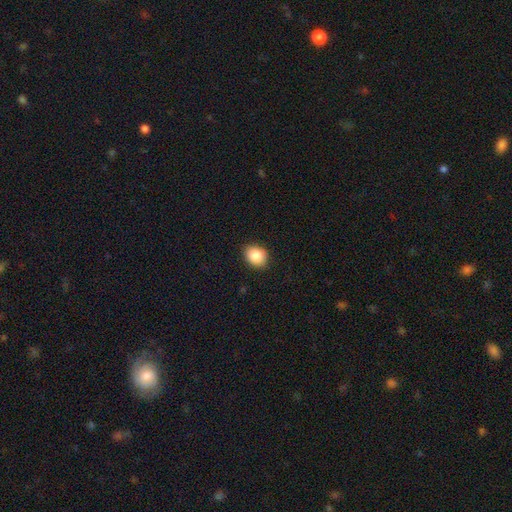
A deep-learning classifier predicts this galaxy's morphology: smooth-or-featured: smooth: 86% | star or artifact: 9% | featured or disk: 5%
  how-rounded: round: 55% | in between: 44% | cigar-shaped: 1%
  merging: none: 89% | minor disturbance: 9% | major disturbance: 2% | merger: 1%